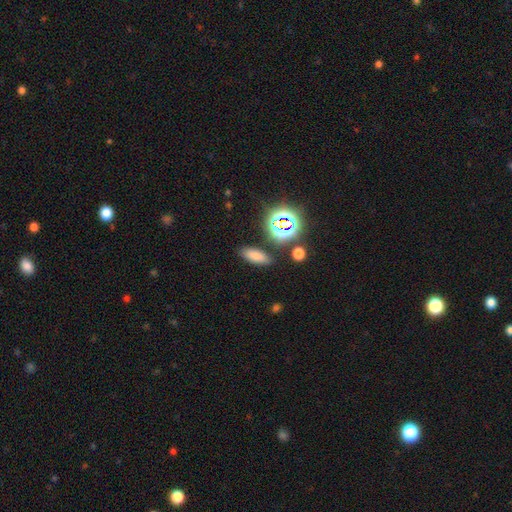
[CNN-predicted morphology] This is likely a smooth galaxy (72%). How rounded: likely in between (70%). Merging: clearly none (84%).